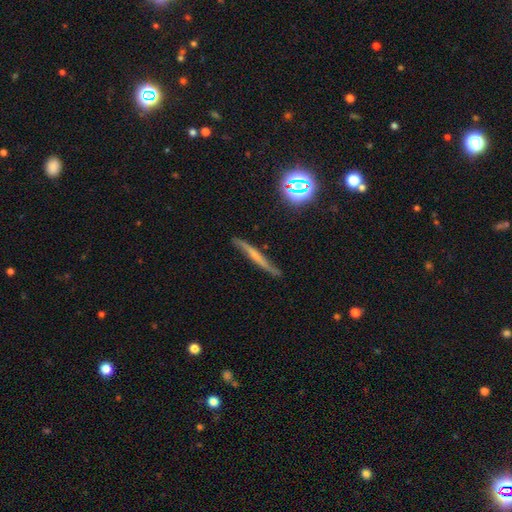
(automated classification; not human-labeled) Smooth or featured? featured or disk (51%)
Edge-on disk? yes (84%)
Merging? none (76%)